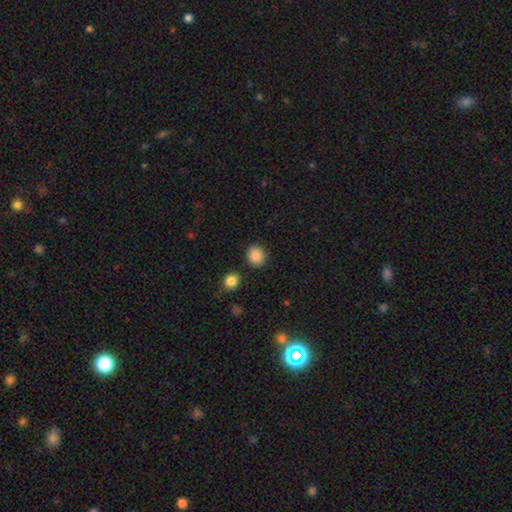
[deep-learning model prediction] Overall: smooth (88%). How rounded: round (81%). Merging: none (87%).